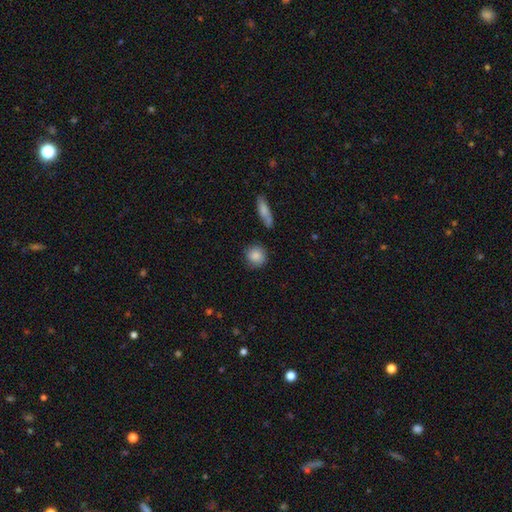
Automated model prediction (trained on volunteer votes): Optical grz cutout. It shows a smooth galaxy with no disk features (86%) that is round (86%). Merging: none (82%).